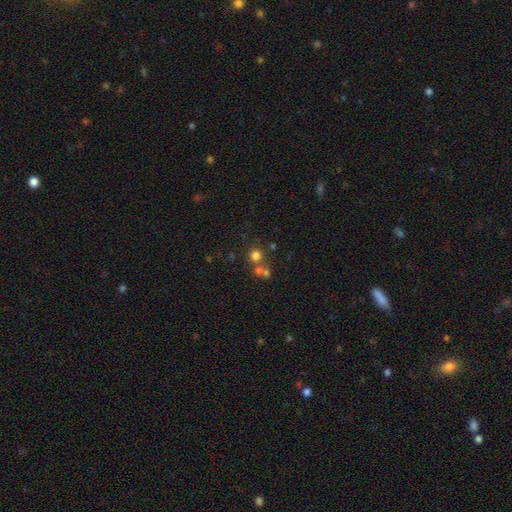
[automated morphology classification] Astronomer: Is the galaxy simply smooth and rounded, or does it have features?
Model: smooth — 72%.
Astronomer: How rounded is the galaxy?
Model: round — 90%.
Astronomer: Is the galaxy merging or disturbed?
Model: none — 58%.